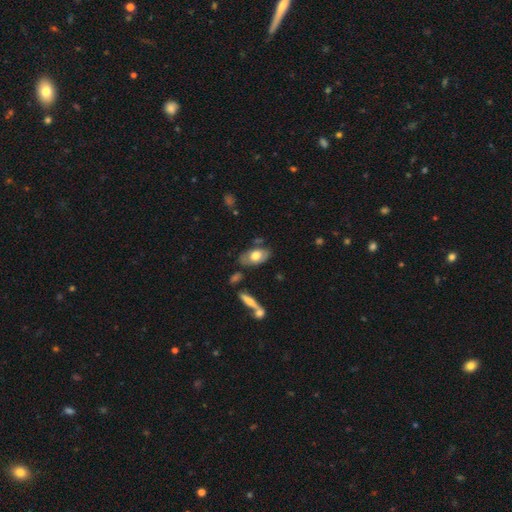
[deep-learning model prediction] smooth 62%, featured or disk 32%, star or artifact 6%. Down the decision tree: how rounded — in between (92%); merging — none (69%).